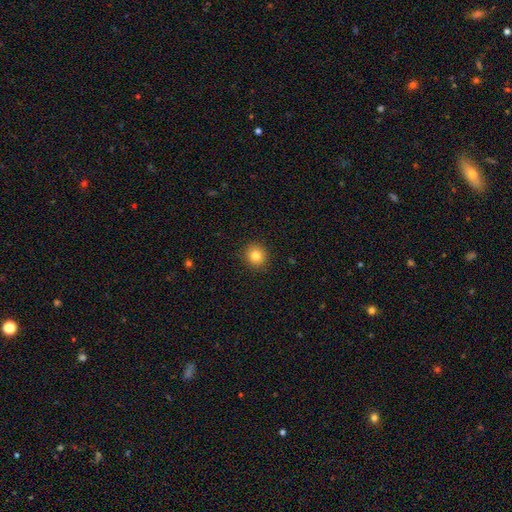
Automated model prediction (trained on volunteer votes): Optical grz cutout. It shows a smooth galaxy with no disk features (83%) that is round (91%). Merging: none (91%).